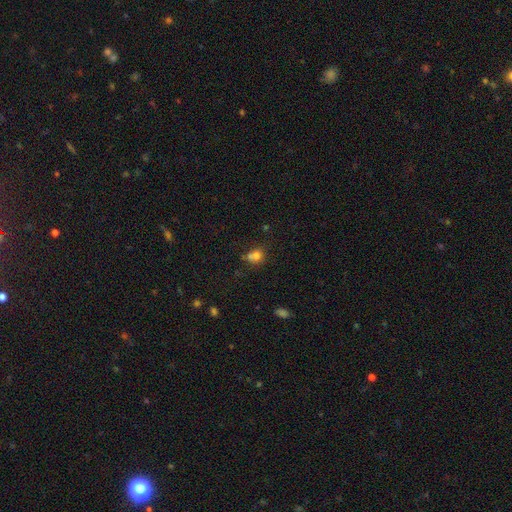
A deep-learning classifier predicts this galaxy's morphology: Smooth or featured: smooth — 73% (star or artifact — 15%)
How rounded: round — 73% (in between — 26%)
Merging: none — 43% (merger — 39%)